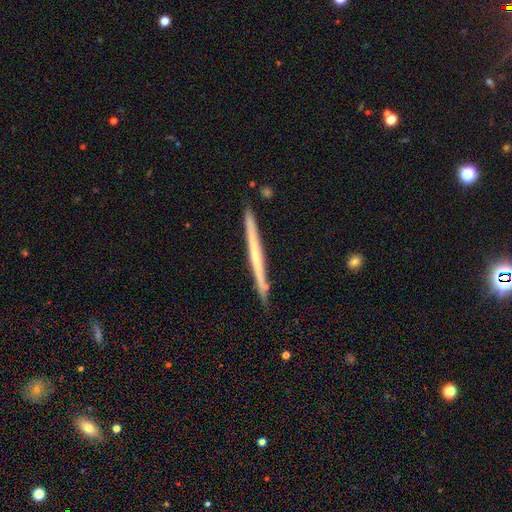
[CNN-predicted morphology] type=featured or disk (60%); edge-on=yes (97%); edge-on bulge=none (74%); merging=none (88%).